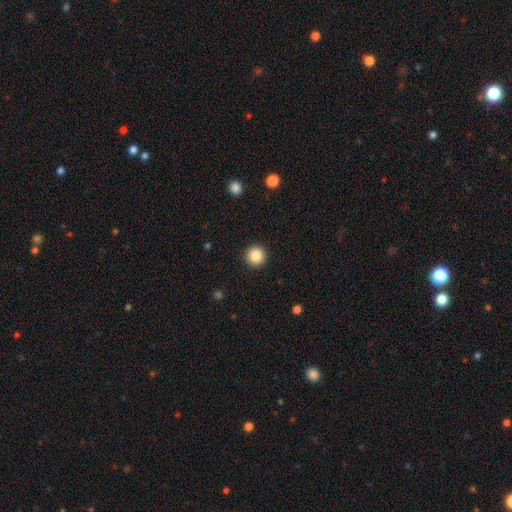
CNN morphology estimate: This appears to be a smooth galaxy with no disk features (86%) that is round (96%). Merging: none (93%).